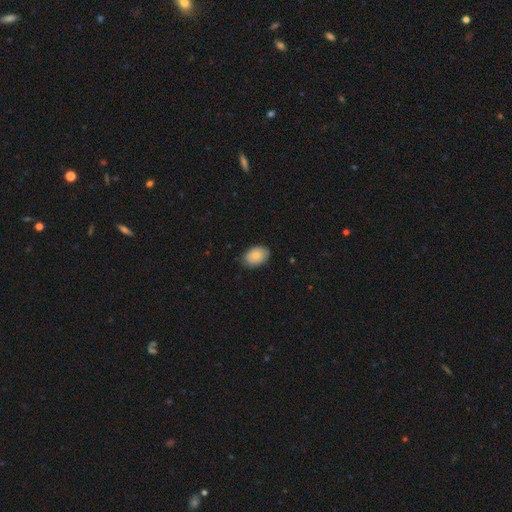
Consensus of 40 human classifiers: Overall: smooth (78%). How rounded: in between (90%). Merging: none (86%).